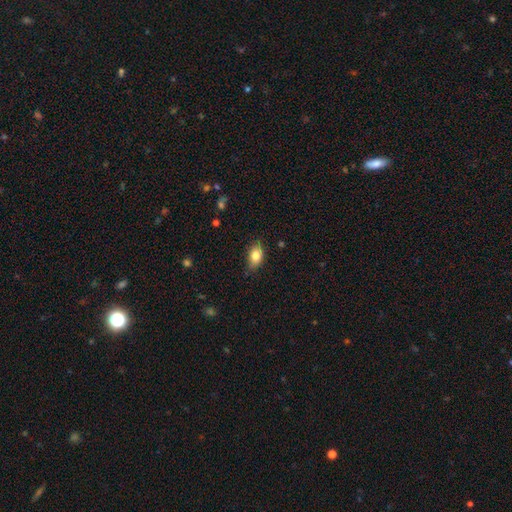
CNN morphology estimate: smooth 83%, featured or disk 9%, star or artifact 8%. Down the decision tree: how rounded — in between (87%); merging — none (78%).